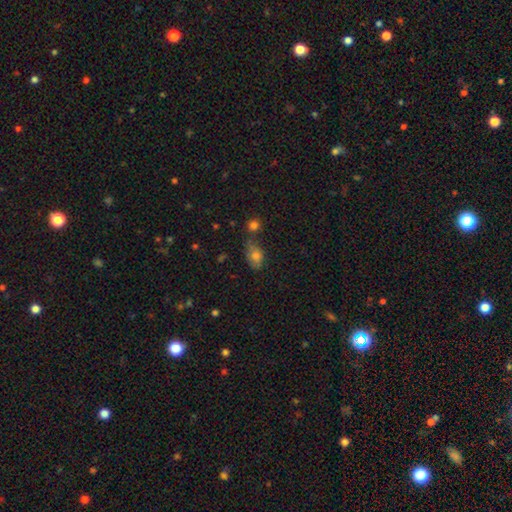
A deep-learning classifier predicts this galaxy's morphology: smooth-or-featured: smooth: 72% | featured or disk: 16% | star or artifact: 12%
  how-rounded: in between: 83% | round: 14% | cigar-shaped: 2%
  merging: none: 53% | minor disturbance: 25% | merger: 14% | major disturbance: 8%